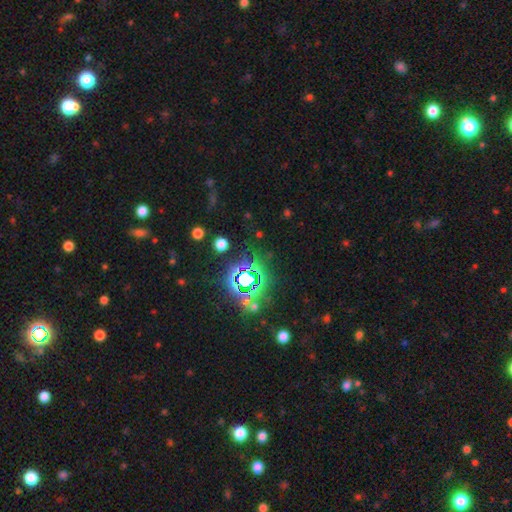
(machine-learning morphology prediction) Smooth or featured: star or artifact — 80% (smooth — 12%)